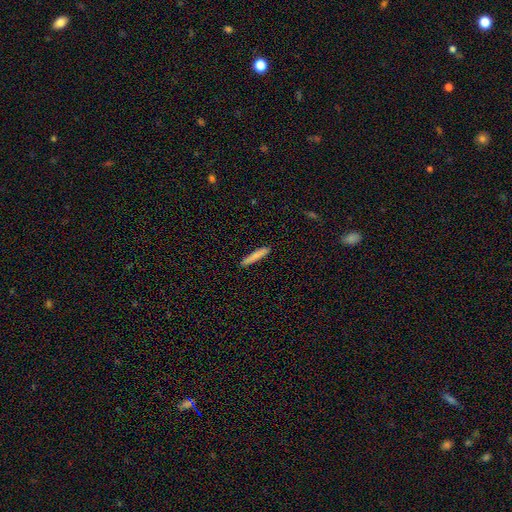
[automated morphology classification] Smooth or featured? Predicted: smooth (p=0.81). How rounded? Predicted: cigar-shaped (p=0.94). Merging? Predicted: none (p=0.91).